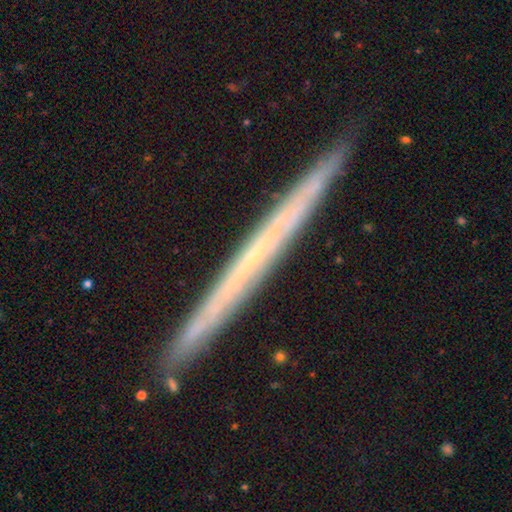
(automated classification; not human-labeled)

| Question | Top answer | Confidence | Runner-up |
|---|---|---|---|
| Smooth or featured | featured or disk | 66% | smooth (27%) |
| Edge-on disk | yes | 97% | no (3%) |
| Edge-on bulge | none | 89% | rounded (9%) |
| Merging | none | 91% | minor disturbance (7%) |